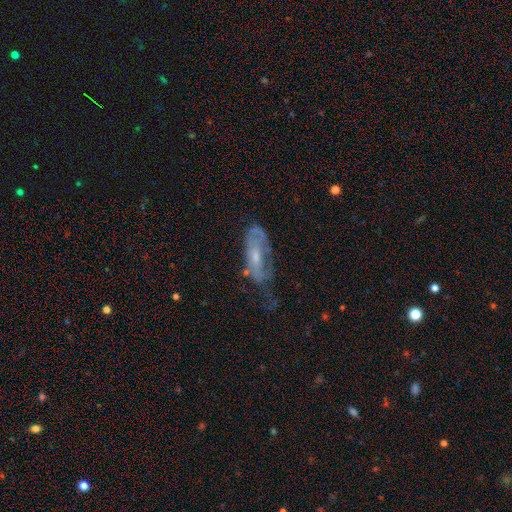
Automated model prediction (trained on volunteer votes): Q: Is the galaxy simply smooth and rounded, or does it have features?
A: featured or disk — 59%.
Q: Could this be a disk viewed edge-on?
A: no — 84%.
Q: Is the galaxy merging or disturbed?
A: none — 37%.